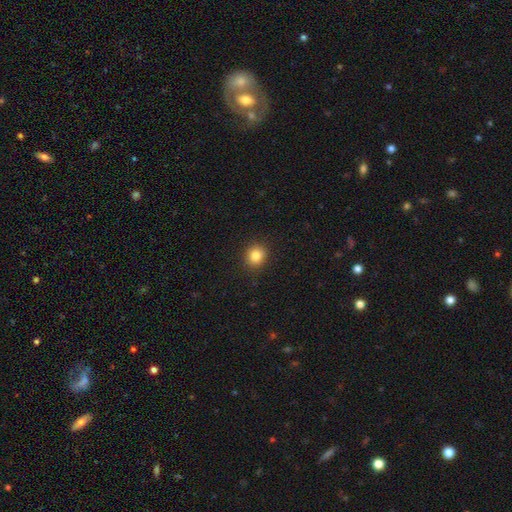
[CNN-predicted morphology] type=smooth (83%); roundness=round (82%); merging=none (91%).